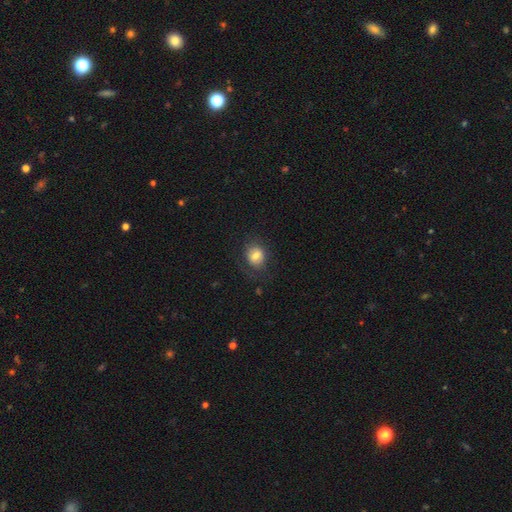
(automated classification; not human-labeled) Smooth or featured?
  - smooth: 72% *
  - featured or disk: 17%
  - star or artifact: 10%
How rounded?
  - round: 58% *
  - in between: 41%
  - cigar-shaped: 1%
Merging?
  - none: 68% *
  - minor disturbance: 19%
  - major disturbance: 11%
  - merger: 2%